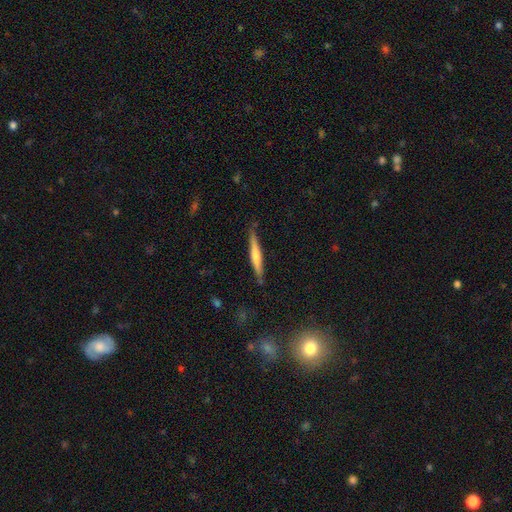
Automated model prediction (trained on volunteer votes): Q: Smooth or featured?
A: smooth (48%); runner-up: featured or disk (46%)
Q: Merging?
A: none (84%); runner-up: minor disturbance (12%)